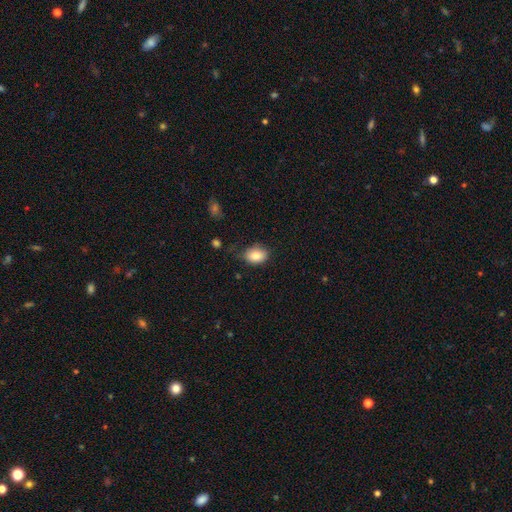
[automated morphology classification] Smooth or featured? smooth (84%)
How rounded? in between (76%)
Merging? none (66%)